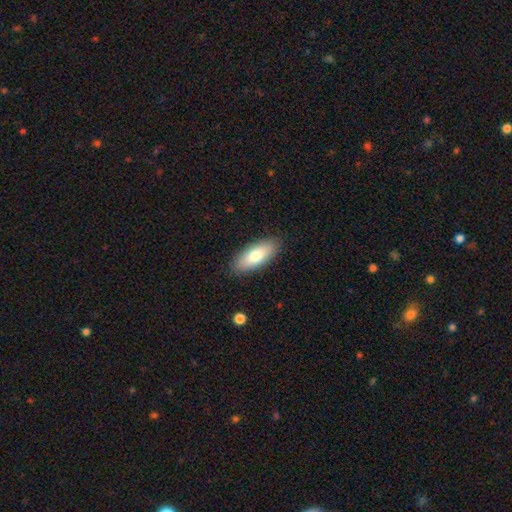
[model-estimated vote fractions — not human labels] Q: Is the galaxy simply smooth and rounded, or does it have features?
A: smooth — 76%.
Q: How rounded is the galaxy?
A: in between — 77%.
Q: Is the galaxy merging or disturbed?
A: none — 88%.